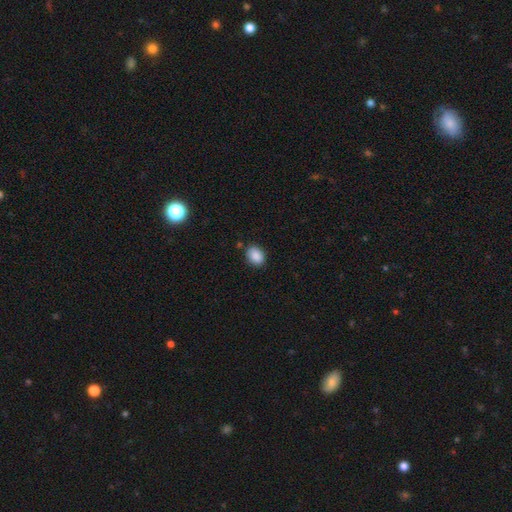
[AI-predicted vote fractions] smooth_or_featured: smooth (p=0.88) [alt: star or artifact p=0.08]
how_rounded: in between (p=0.66) [alt: round p=0.33]
merging: none (p=0.82) [alt: minor disturbance p=0.13]